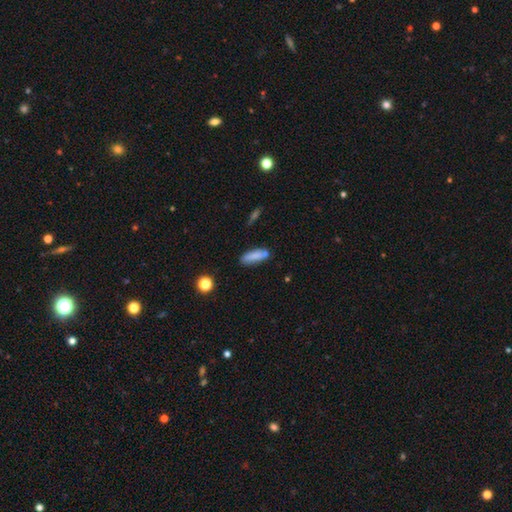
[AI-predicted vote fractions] smooth_or_featured: smooth (p=0.79) [alt: featured or disk p=0.12]
how_rounded: in between (p=0.53) [alt: cigar-shaped p=0.45]
merging: none (p=0.65) [alt: minor disturbance p=0.19]